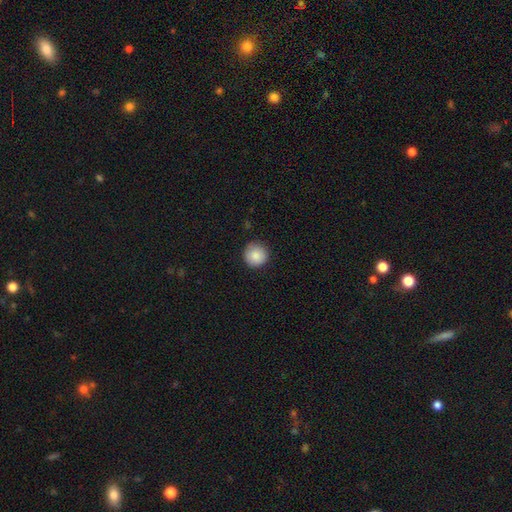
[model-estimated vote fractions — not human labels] Smooth or featured? smooth (87%)
How rounded? round (95%)
Merging? none (89%)